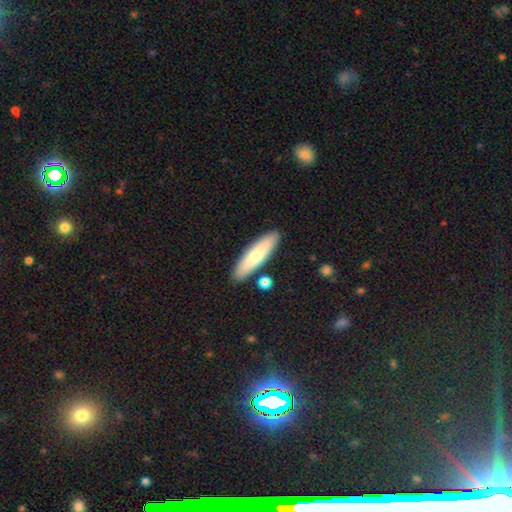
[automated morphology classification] A smooth galaxy with no disk features (69%) that is cigar-shaped (70%).

Vote fractions:
- Smooth or featured? smooth: 69% / featured or disk: 26% / star or artifact: 6%
- How rounded? cigar-shaped: 70% / in between: 28% / round: 2%
- Merging? none: 87% / minor disturbance: 8% / merger: 3% / major disturbance: 2%